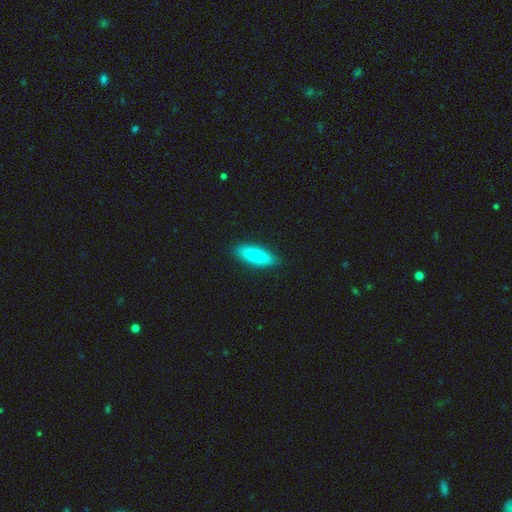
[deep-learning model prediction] Smooth or featured? smooth (82%)
How rounded? in between (58%)
Merging? none (88%)